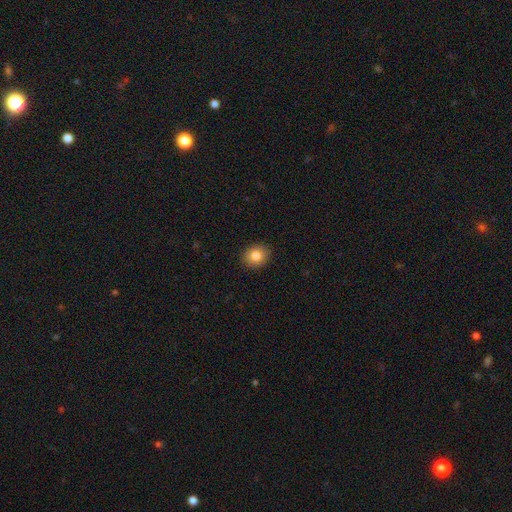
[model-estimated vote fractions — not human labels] Morphology: type=smooth (83%); roundness=round (67%); merging=none (91%).